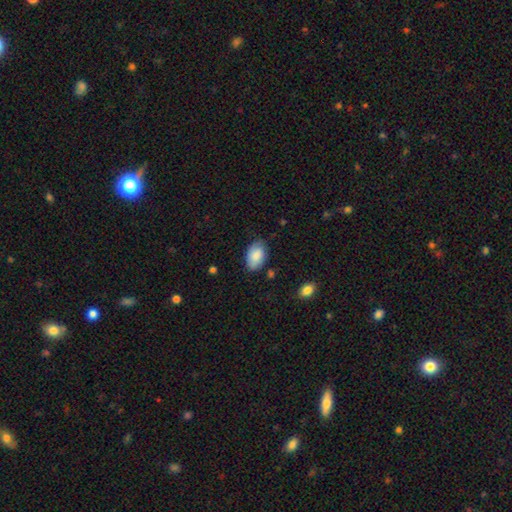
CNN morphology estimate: Smooth or featured: smooth — 79% (featured or disk — 14%)
How rounded: in between — 92% (round — 7%)
Merging: none — 74% (minor disturbance — 21%)